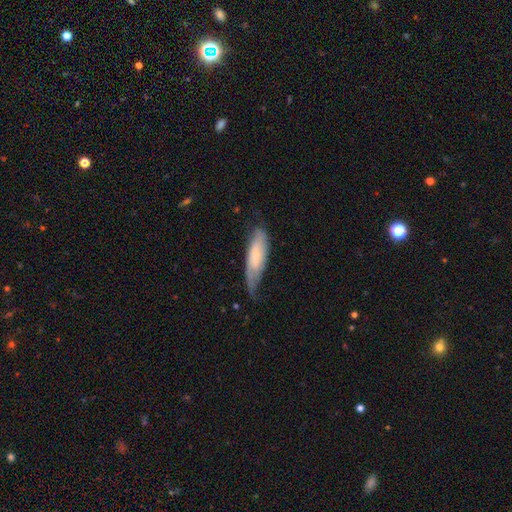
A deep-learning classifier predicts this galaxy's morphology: A smooth galaxy with no disk features (53%) that is cigar-shaped (54%).

Vote fractions:
- Smooth or featured? smooth: 53% / featured or disk: 40% / star or artifact: 6%
- How rounded? cigar-shaped: 54% / in between: 44% / round: 2%
- Merging? none: 44% / minor disturbance: 38% / major disturbance: 16% / merger: 2%